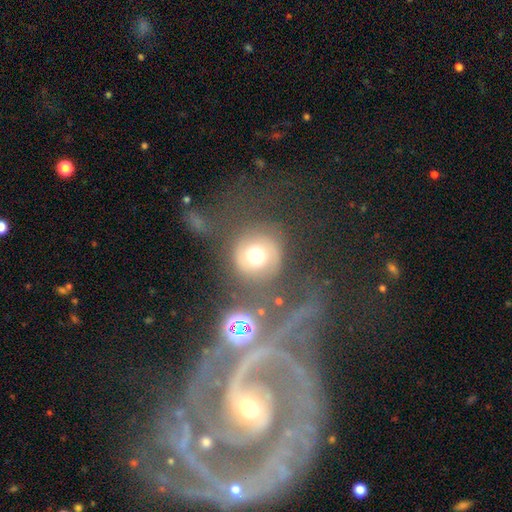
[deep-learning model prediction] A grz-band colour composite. It shows a smooth galaxy with no disk features (57%) that is round (89%). Merging: none (62%).